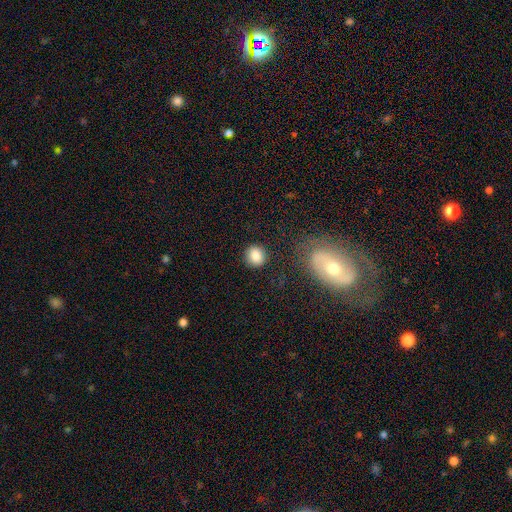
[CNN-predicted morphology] smooth_or_featured: smooth (p=0.85) [alt: star or artifact p=0.09]
how_rounded: round (p=0.86) [alt: in between p=0.13]
merging: none (p=0.86) [alt: minor disturbance p=0.08]